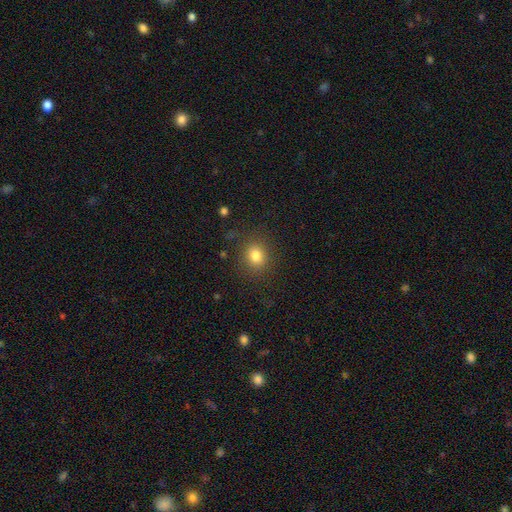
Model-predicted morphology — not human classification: This is clearly a smooth galaxy (80%). How rounded: likely round (74%). Merging: clearly none (85%).